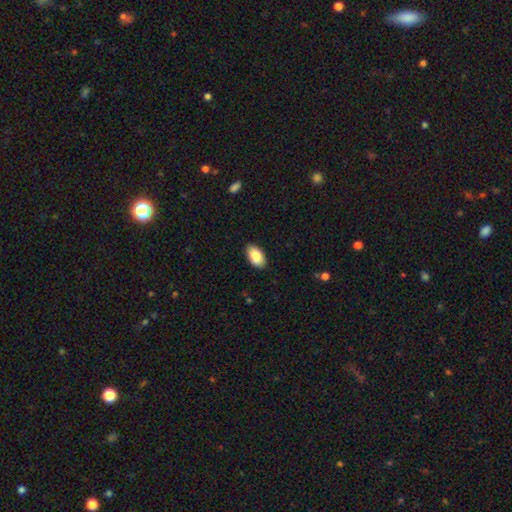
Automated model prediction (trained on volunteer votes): A smooth galaxy with no disk features (86%) that is in between round and cigar-shaped (95%).

Vote fractions:
- Smooth or featured? smooth: 86% / featured or disk: 7% / star or artifact: 6%
- How rounded? in between: 95% / round: 3% / cigar-shaped: 2%
- Merging? none: 87% / minor disturbance: 10% / major disturbance: 2% / merger: 1%